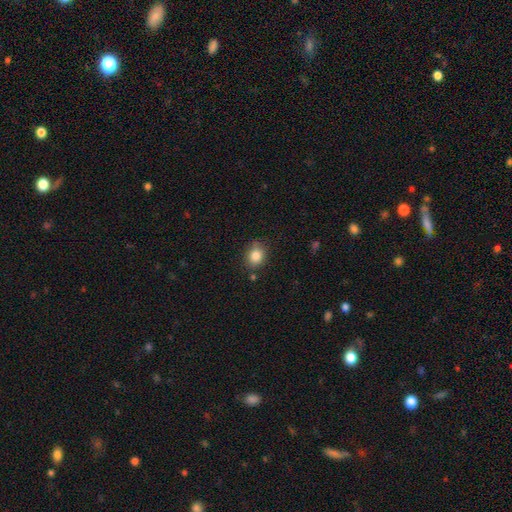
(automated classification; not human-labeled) Q: Smooth or featured?
A: smooth (84%); runner-up: star or artifact (10%)
Q: How rounded?
A: round (59%); runner-up: in between (40%)
Q: Merging?
A: none (76%); runner-up: minor disturbance (17%)